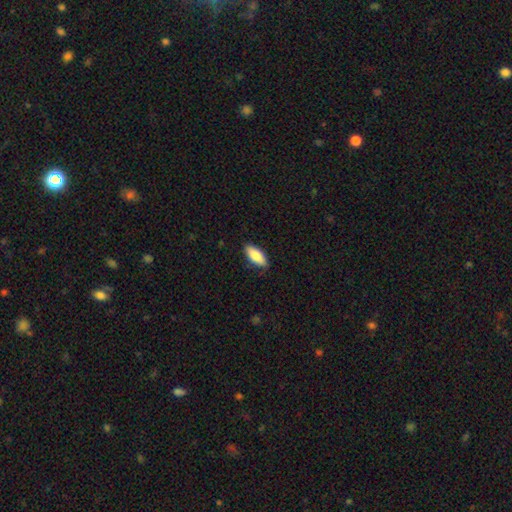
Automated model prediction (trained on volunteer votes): Smooth or featured?
  - smooth: 85% *
  - featured or disk: 9%
  - star or artifact: 6%
How rounded?
  - in between: 83% *
  - cigar-shaped: 15%
  - round: 2%
Merging?
  - none: 85% *
  - minor disturbance: 12%
  - major disturbance: 2%
  - merger: 1%